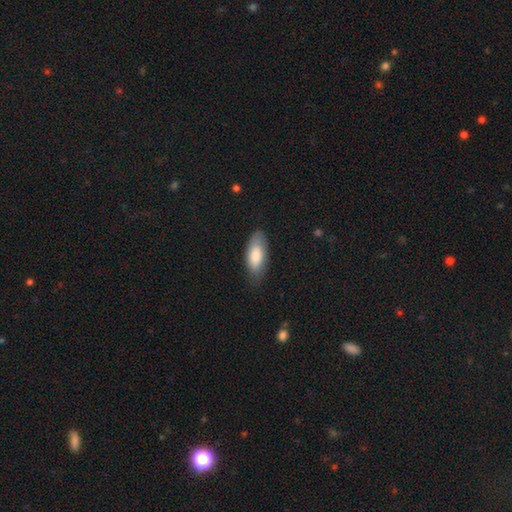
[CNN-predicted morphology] Smooth or featured? smooth (82%)
How rounded? in between (83%)
Merging? none (76%)